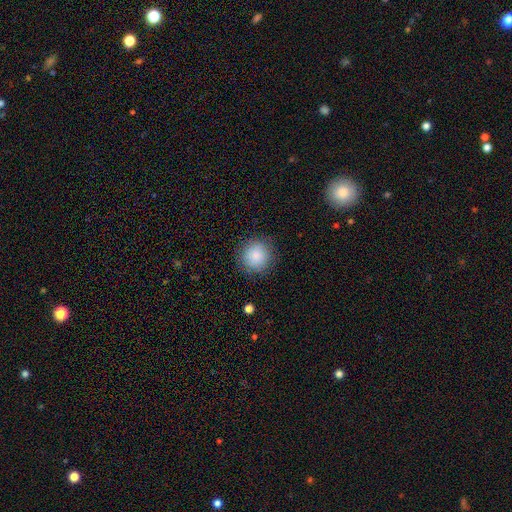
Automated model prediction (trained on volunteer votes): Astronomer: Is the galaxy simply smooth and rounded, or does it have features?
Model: smooth — 85%.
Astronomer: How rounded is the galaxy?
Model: round — 93%.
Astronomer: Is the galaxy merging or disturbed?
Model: none — 87%.